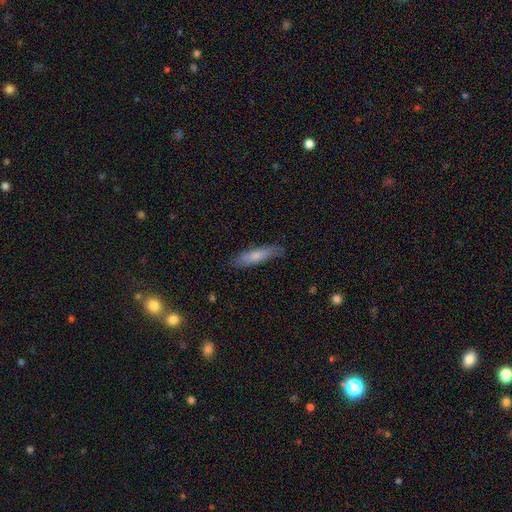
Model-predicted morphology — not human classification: The model was most divided on "smooth or featured": smooth: 70%, featured or disk: 24%, star or artifact: 6%. More confident: merging — none (78%); how rounded — cigar-shaped (75%).